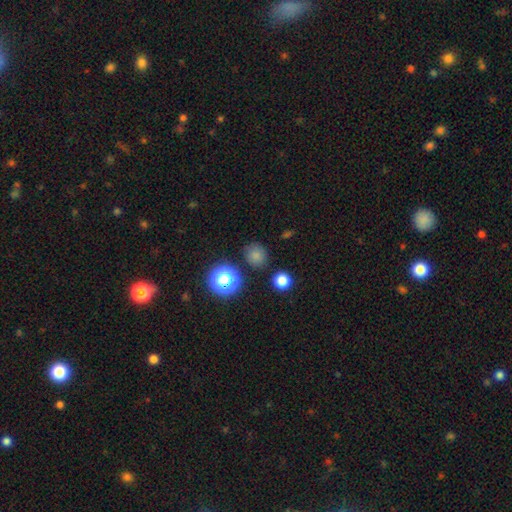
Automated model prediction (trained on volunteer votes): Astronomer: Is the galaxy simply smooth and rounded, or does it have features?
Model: smooth — 76%.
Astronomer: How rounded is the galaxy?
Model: round — 82%.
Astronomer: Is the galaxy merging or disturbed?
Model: none — 82%.